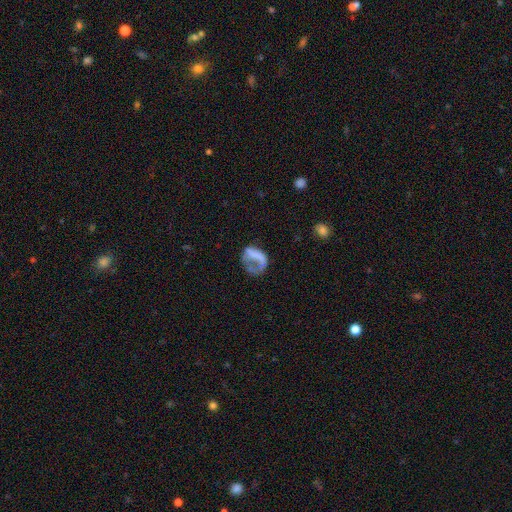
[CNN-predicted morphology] smooth_or_featured: smooth (p=0.47) [alt: featured or disk p=0.43]
merging: major disturbance (p=0.50) [alt: none p=0.27]